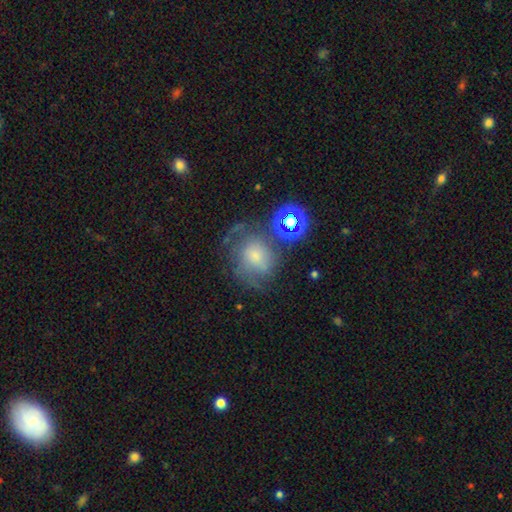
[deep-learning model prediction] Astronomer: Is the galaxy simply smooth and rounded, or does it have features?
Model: featured or disk — 41%, tied with smooth at 41%.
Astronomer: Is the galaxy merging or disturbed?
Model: none — 45% (runner-up: major disturbance, 23%).